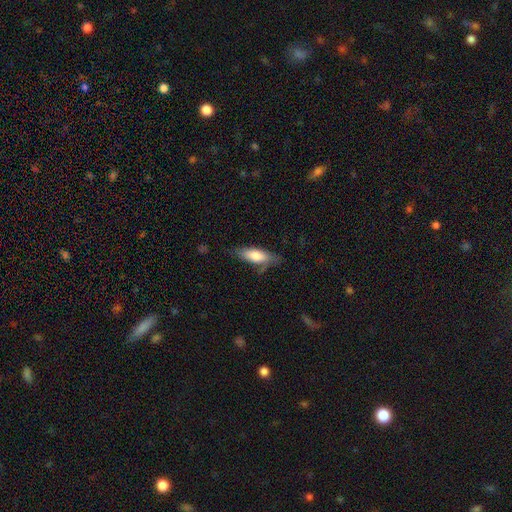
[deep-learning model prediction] This is likely a smooth galaxy (73%). How rounded: likely in between (64%). Merging: likely none (63%).